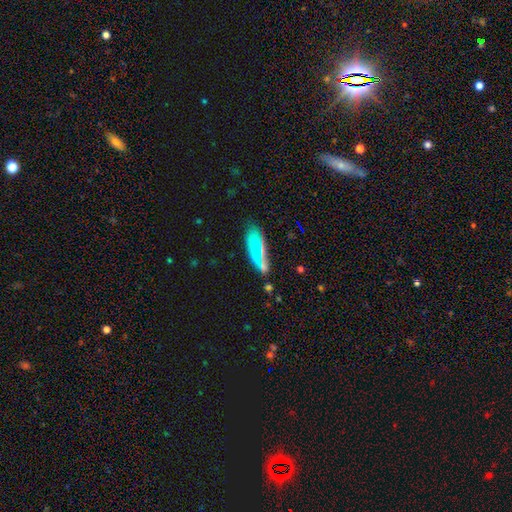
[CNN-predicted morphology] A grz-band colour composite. It shows a smooth galaxy with no disk features (67%) that is in between round and cigar-shaped (70%). Merging: none (78%).